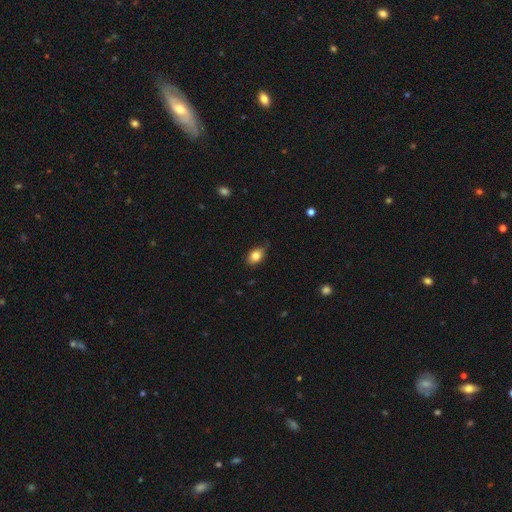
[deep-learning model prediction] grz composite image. It shows a smooth galaxy with no disk features (82%) that is in between round and cigar-shaped (75%). Merging: none (70%).